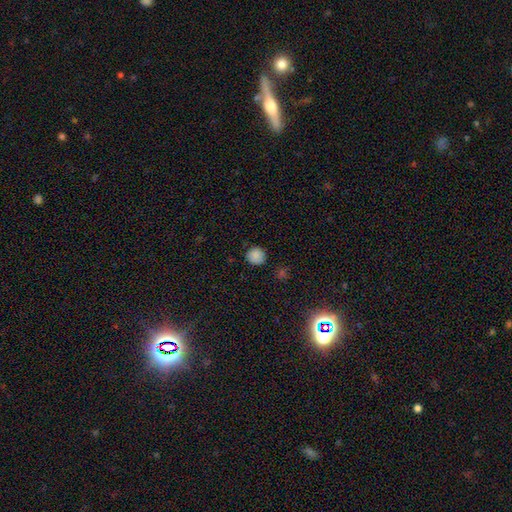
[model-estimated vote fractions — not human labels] A smooth galaxy with no disk features (85%) that is round (89%).

Vote fractions:
- Smooth or featured? smooth: 85% / star or artifact: 11% / featured or disk: 4%
- How rounded? round: 89% / in between: 10% / cigar-shaped: 1%
- Merging? none: 83% / minor disturbance: 13% / major disturbance: 2% / merger: 2%